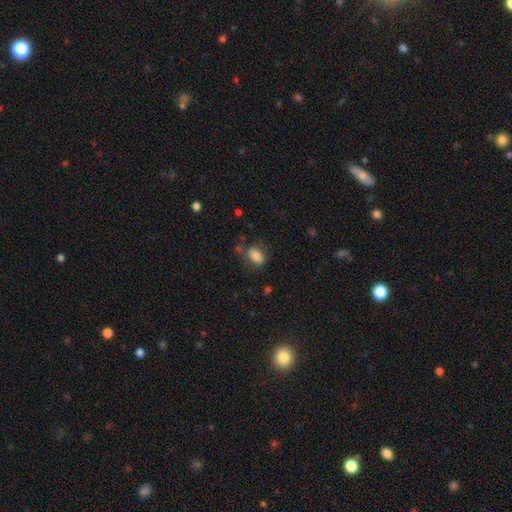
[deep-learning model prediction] Smooth or featured? smooth (83%)
How rounded? in between (88%)
Merging? none (64%)